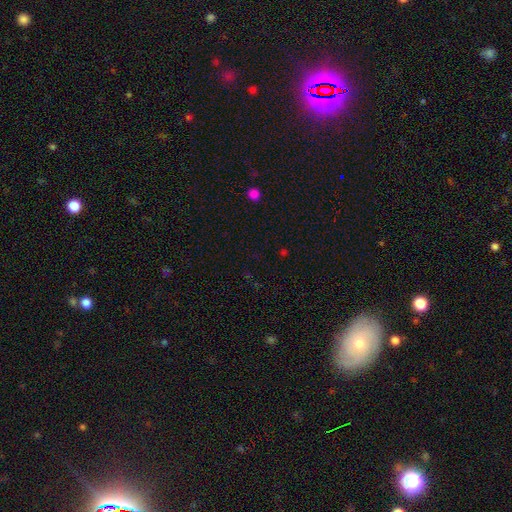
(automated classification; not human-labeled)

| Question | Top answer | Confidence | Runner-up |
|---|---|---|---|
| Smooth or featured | star or artifact | 61% | smooth (32%) |